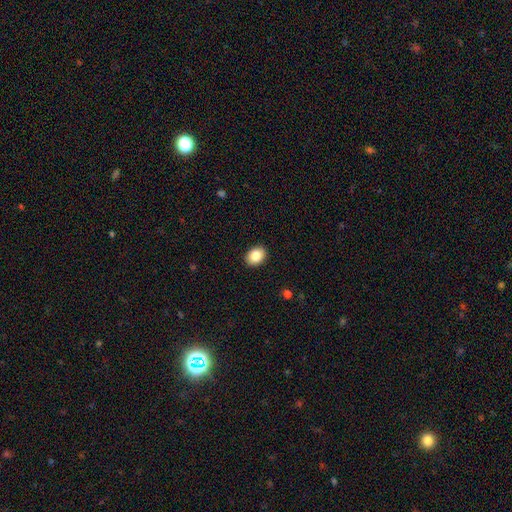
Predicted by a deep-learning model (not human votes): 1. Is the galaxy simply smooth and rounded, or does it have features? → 84% smooth, 8% star or artifact, 7% featured or disk.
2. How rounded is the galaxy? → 66% in between, 33% round, 1% cigar-shaped.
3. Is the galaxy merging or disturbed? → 91% none, 7% minor disturbance, 2% major disturbance, 1% merger.